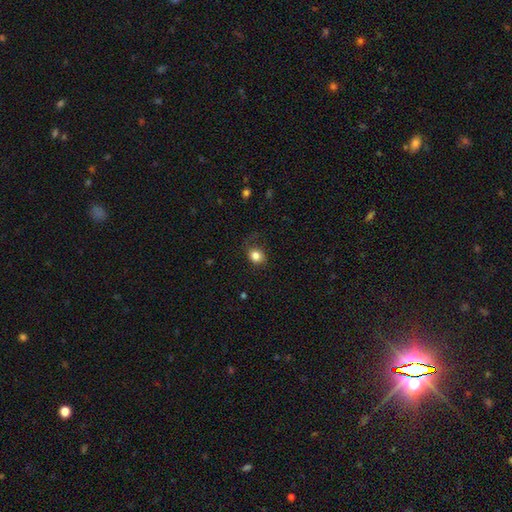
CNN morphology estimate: A smooth galaxy with no disk features (83%) that is round (58%). Merging: none (72%).